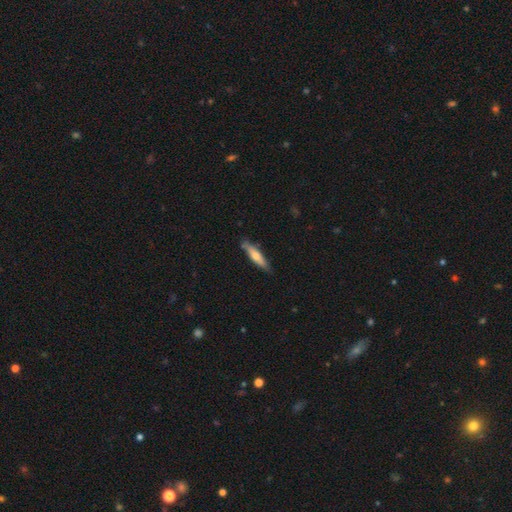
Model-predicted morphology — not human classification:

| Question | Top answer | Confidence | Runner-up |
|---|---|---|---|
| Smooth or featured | smooth | 58% | featured or disk (37%) |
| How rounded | cigar-shaped | 81% | in between (17%) |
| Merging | none | 81% | minor disturbance (15%) |